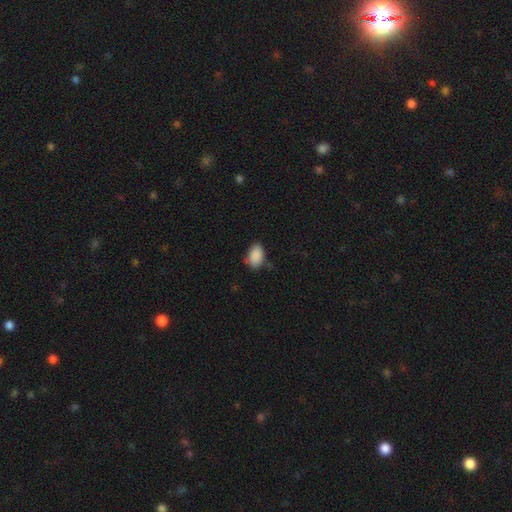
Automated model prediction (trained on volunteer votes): smooth-or-featured: smooth: 89% | star or artifact: 7% | featured or disk: 3%
  how-rounded: in between: 88% | round: 11% | cigar-shaped: 1%
  merging: none: 71% | minor disturbance: 23% | major disturbance: 4% | merger: 2%